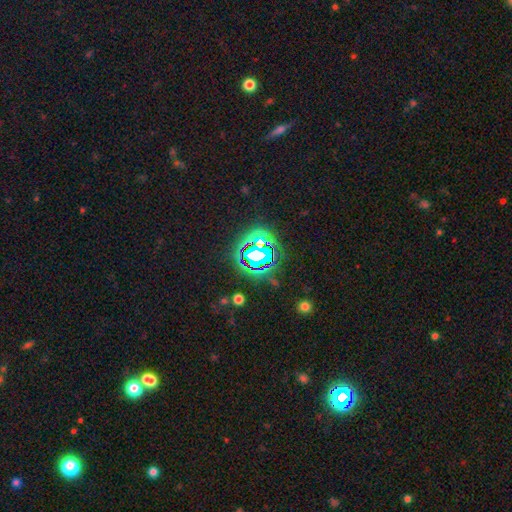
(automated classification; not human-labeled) This appears to be a star or artifact, not a galaxy (73%).